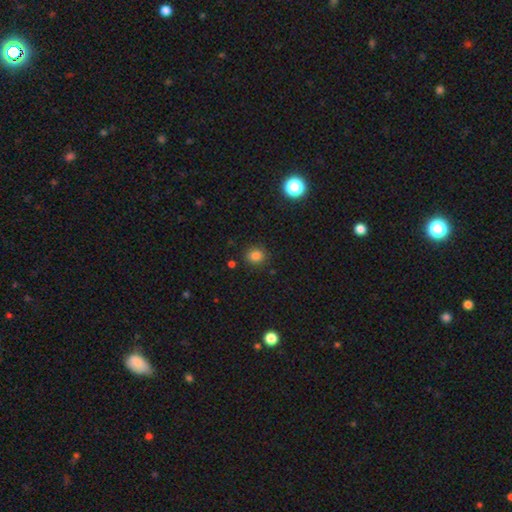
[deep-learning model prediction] Smooth or featured: smooth — 81% (star or artifact — 14%)
How rounded: round — 75% (in between — 24%)
Merging: none — 86% (minor disturbance — 9%)